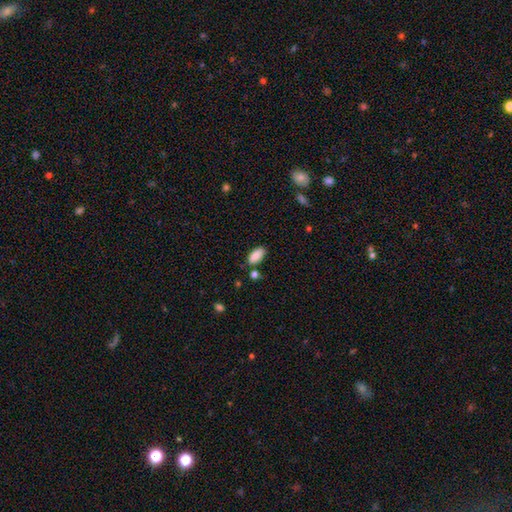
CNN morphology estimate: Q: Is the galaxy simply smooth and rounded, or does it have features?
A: smooth — 89%.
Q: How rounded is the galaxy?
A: in between — 90%.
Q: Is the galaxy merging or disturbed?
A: none — 78%.